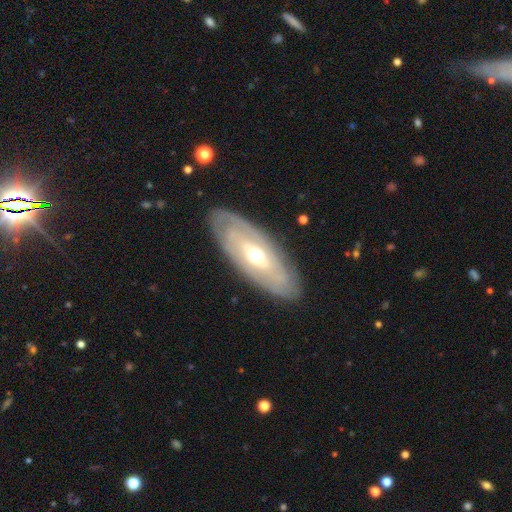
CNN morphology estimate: This is likely a featured or disk galaxy (69%). It is clearly not viewed edge-on (81%). Bar: likely no (70%). Spiral arm pattern: possibly yes (52%). Central bulge: likely moderate (72%). Merging: clearly none (85%).